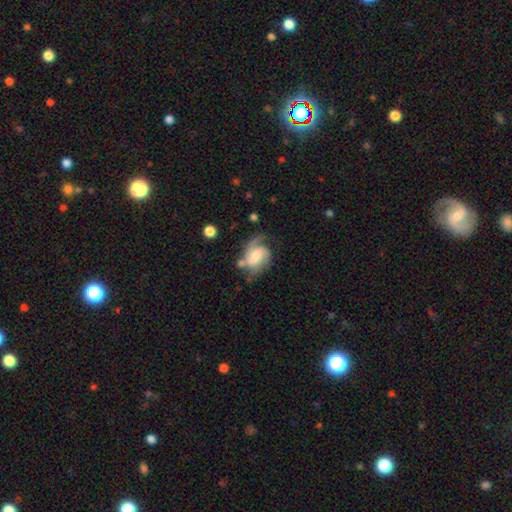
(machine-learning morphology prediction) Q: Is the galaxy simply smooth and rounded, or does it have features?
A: featured or disk — 75%.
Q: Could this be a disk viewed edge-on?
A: no — 97%.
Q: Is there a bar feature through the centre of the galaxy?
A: no — 48%.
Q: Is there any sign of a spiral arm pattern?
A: yes — 93%.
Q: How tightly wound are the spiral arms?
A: medium — 47%.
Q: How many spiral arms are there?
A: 2 — 48%.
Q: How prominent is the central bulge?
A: moderate — 51%.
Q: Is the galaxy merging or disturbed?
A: none — 50%.